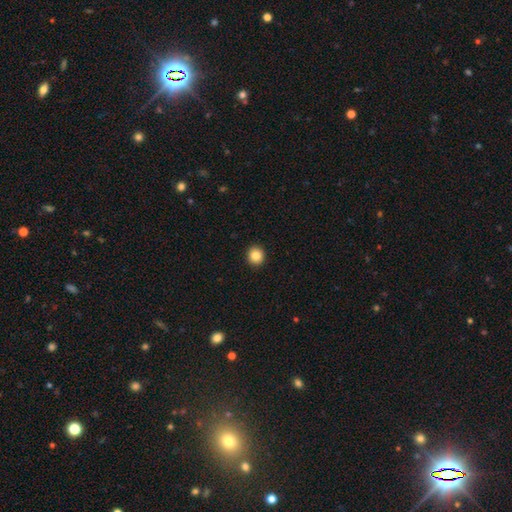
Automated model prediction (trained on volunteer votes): Smooth or featured? smooth (85%)
How rounded? round (90%)
Merging? none (93%)